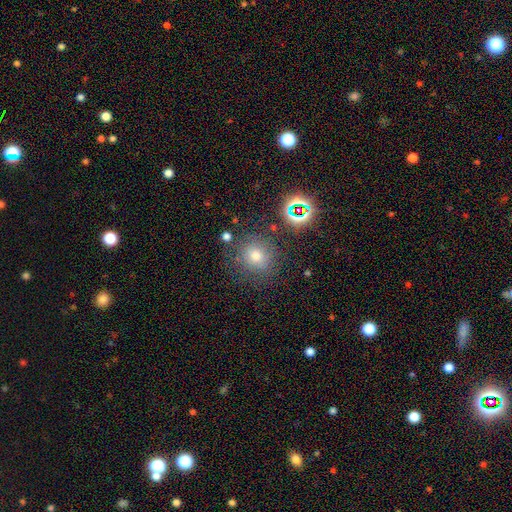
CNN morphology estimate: Smooth or featured: smooth — 64% (star or artifact — 24%)
How rounded: round — 86% (in between — 13%)
Merging: none — 79% (minor disturbance — 12%)